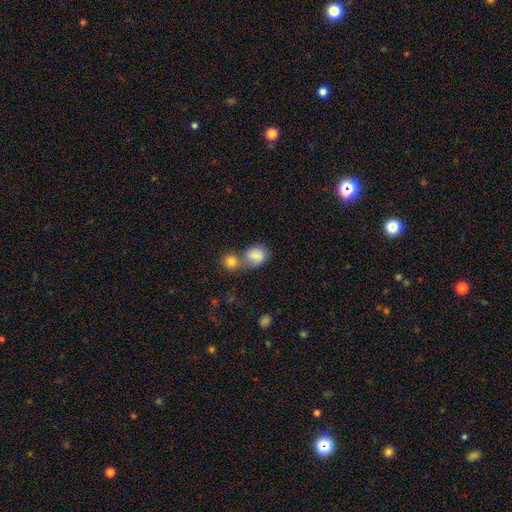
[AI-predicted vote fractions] smooth_or_featured: smooth (p=0.82) [alt: featured or disk p=0.10]
how_rounded: round (p=0.54) [alt: in between p=0.44]
merging: merger (p=0.53) [alt: none p=0.32]